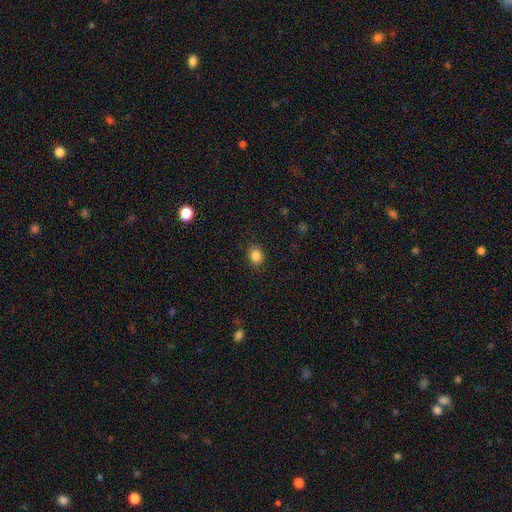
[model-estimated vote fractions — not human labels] Smooth or featured: smooth — 85% (star or artifact — 11%)
How rounded: round — 60% (in between — 39%)
Merging: none — 89% (minor disturbance — 8%)